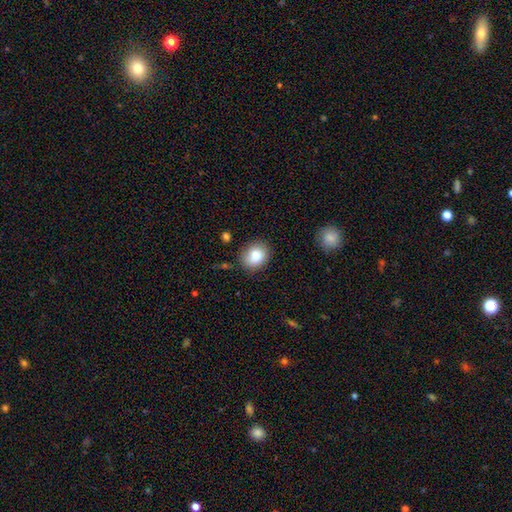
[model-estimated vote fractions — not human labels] The model was most divided on "how rounded": round: 54%, in between: 45%, cigar-shaped: 1%. More confident: smooth or featured — smooth (83%); merging — none (82%).